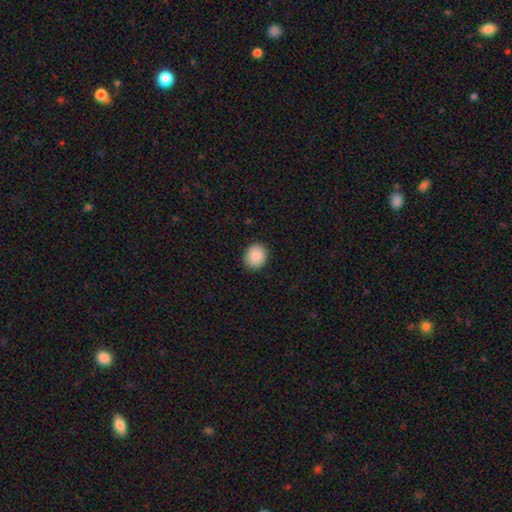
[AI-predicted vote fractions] Overall: smooth (90%). How rounded: round (74%). Merging: none (91%).